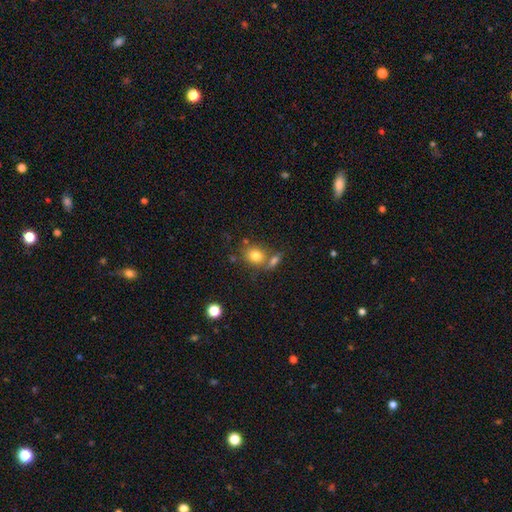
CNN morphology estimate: Smooth or featured?
  - smooth: 79% *
  - featured or disk: 11%
  - star or artifact: 10%
How rounded?
  - round: 63% *
  - in between: 36%
  - cigar-shaped: 1%
Merging?
  - none: 55% *
  - merger: 30%
  - minor disturbance: 11%
  - major disturbance: 4%